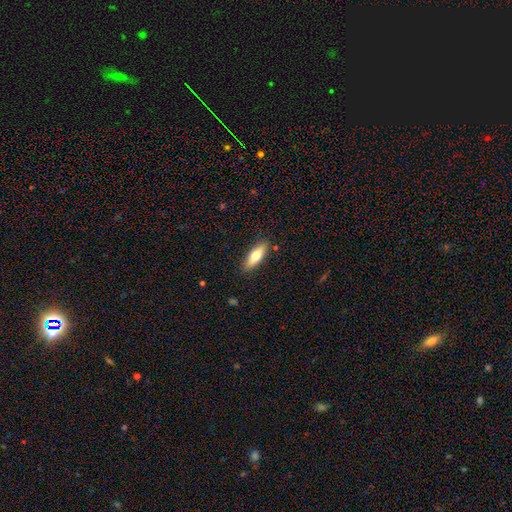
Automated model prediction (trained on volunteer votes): This appears to be a smooth galaxy with no disk features (66%) that is in between round and cigar-shaped (55%). Merging: none (88%).